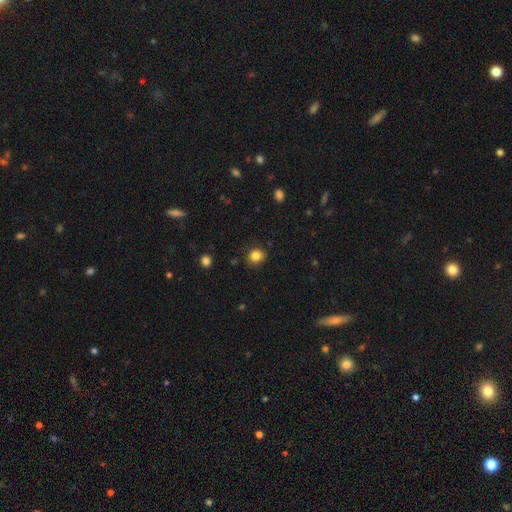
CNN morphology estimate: Q: Smooth or featured?
A: smooth (84%); runner-up: star or artifact (11%)
Q: How rounded?
A: round (69%); runner-up: in between (30%)
Q: Merging?
A: none (86%); runner-up: minor disturbance (10%)